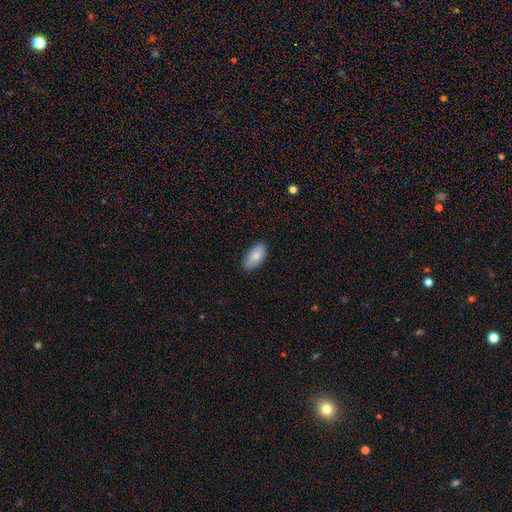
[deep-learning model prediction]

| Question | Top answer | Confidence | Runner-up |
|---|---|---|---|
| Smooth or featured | smooth | 85% | featured or disk (9%) |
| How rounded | in between | 94% | cigar-shaped (4%) |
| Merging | none | 85% | minor disturbance (12%) |